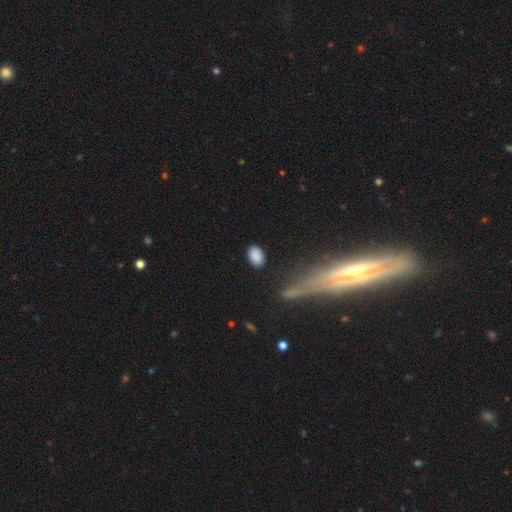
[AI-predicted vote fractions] Smooth or featured? Predicted: smooth (p=0.87). How rounded? Predicted: in between (p=0.83). Merging? Predicted: none (p=0.85).